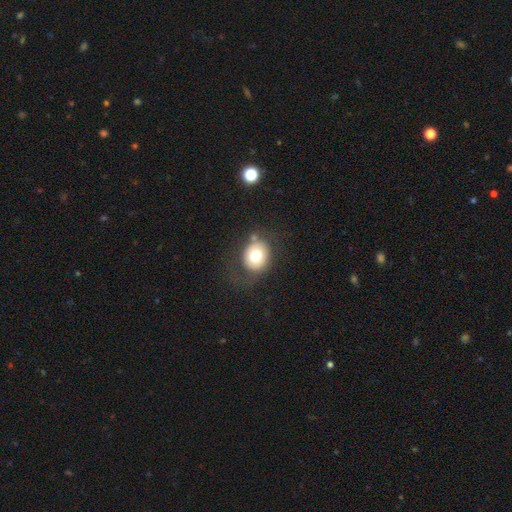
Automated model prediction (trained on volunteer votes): Morphology: type=smooth (70%); roundness=round (66%); merging=none (71%).